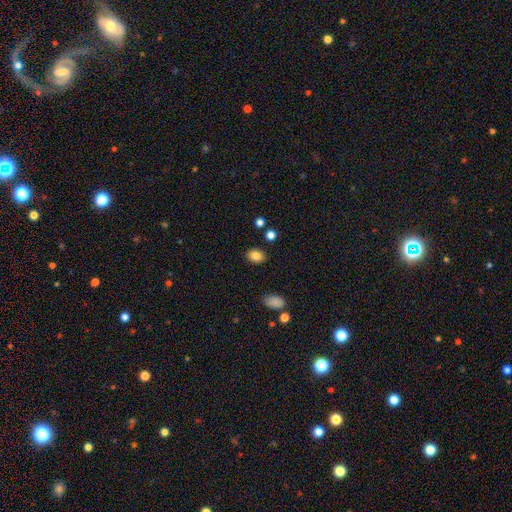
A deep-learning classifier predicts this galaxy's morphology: This appears to be a smooth galaxy with no disk features (84%) that is in between round and cigar-shaped (57%). Merging: none (86%).